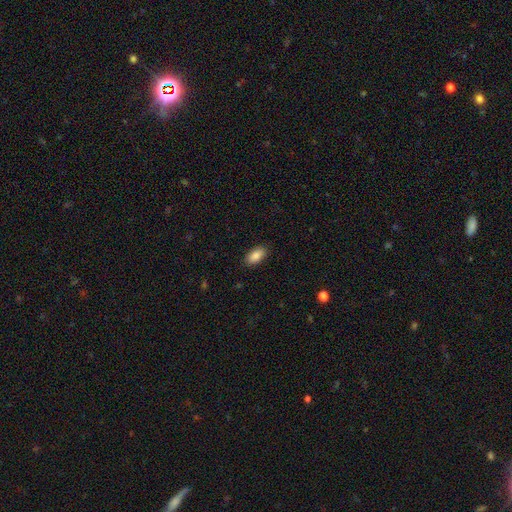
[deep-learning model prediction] The model was most divided on "smooth or featured": smooth: 87%, star or artifact: 7%, featured or disk: 6%. More confident: how rounded — in between (92%); merging — none (89%).